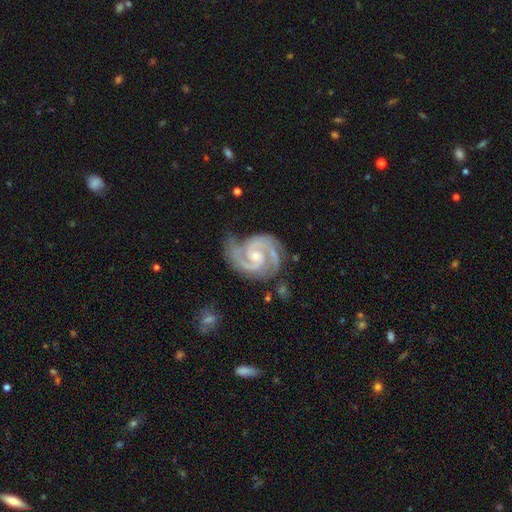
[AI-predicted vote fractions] The model was most divided on "spiral winding": tight: 51%, medium: 44%, loose: 5%. More confident: spiral arms — yes (99%); edge-on disk — no (98%); smooth or featured — featured or disk (94%); spiral arm count — 2 (71%); merging — none (66%); bar — no (58%); bulge size — small (54%).